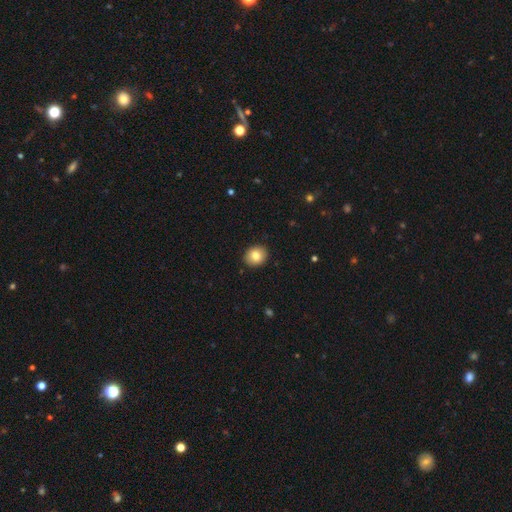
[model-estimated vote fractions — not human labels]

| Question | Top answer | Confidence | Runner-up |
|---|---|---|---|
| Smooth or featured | smooth | 83% | star or artifact (9%) |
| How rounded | round | 74% | in between (25%) |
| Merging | none | 91% | minor disturbance (7%) |